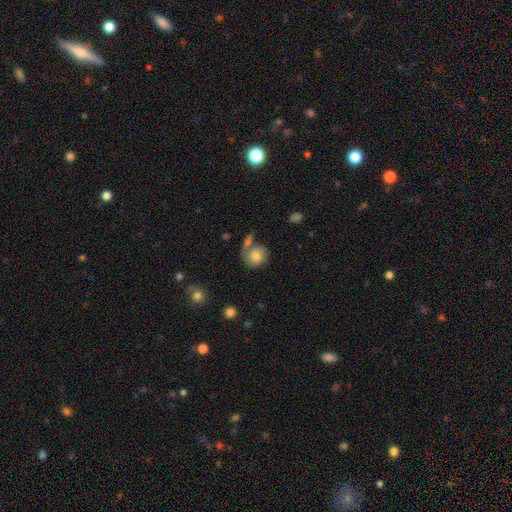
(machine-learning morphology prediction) A smooth galaxy with no disk features (70%) that is round (76%).

Vote fractions:
- Smooth or featured? smooth: 70% / featured or disk: 22% / star or artifact: 8%
- How rounded? round: 76% / in between: 23% / cigar-shaped: 1%
- Merging? none: 48% / merger: 26% / minor disturbance: 16% / major disturbance: 9%